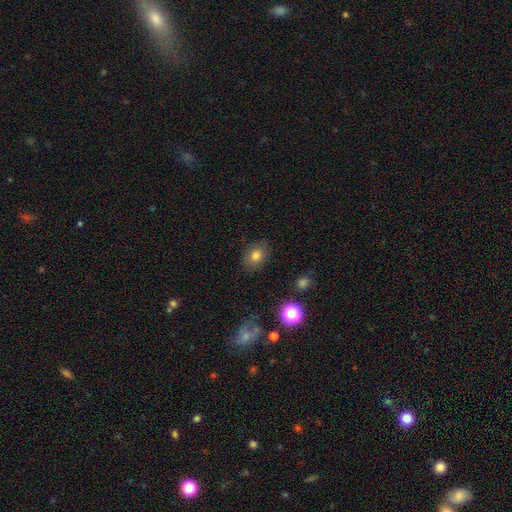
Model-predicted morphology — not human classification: This appears to be a smooth galaxy with no disk features (78%) that is in between round and cigar-shaped (63%). Merging: none (84%).